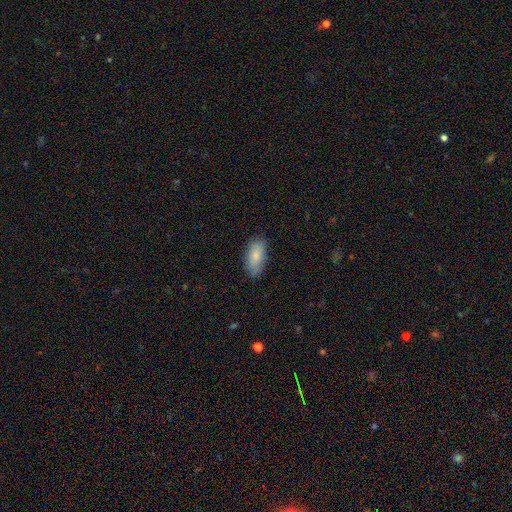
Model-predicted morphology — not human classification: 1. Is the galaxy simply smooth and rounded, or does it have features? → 83% smooth, 11% featured or disk, 6% star or artifact.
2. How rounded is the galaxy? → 90% in between, 8% cigar-shaped, 3% round.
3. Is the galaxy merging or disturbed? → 81% none, 15% minor disturbance, 3% major disturbance, 1% merger.